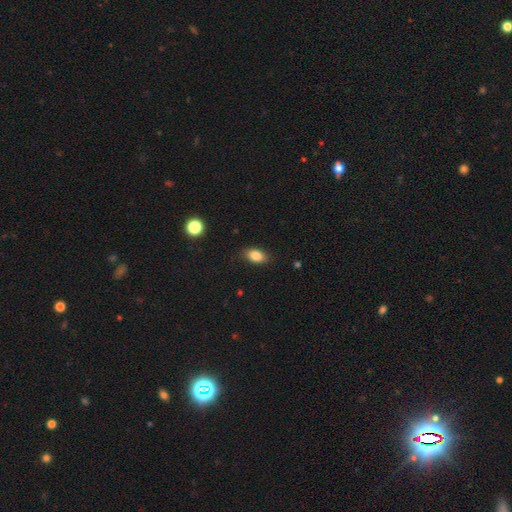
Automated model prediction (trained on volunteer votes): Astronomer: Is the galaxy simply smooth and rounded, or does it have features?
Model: smooth — 84%.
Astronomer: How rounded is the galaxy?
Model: in between — 88%.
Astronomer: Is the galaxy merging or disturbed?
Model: none — 85%.